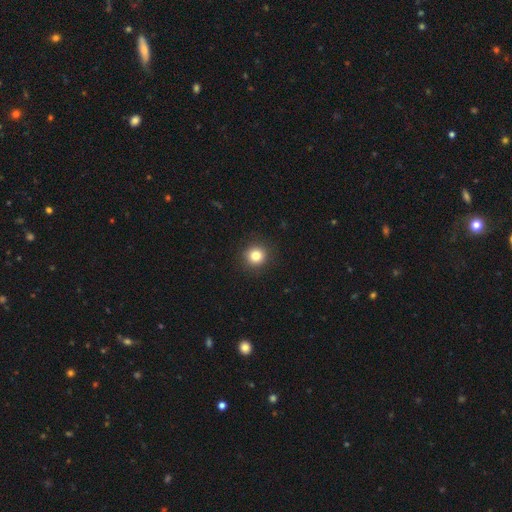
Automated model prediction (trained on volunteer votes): smooth 83%, star or artifact 12%, featured or disk 6%. Down the decision tree: how rounded — round (93%); merging — none (92%).